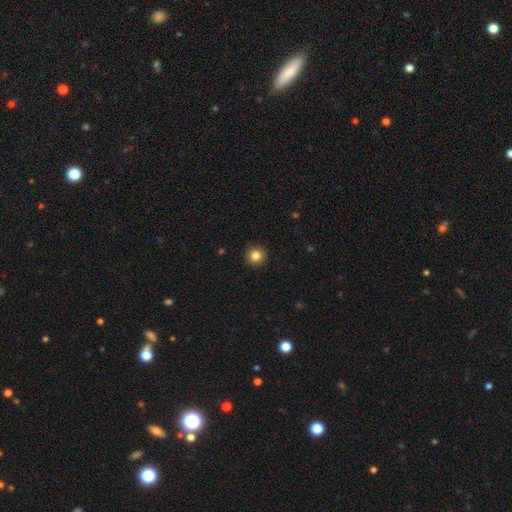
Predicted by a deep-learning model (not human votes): The model was most divided on "smooth or featured": smooth: 83%, star or artifact: 11%, featured or disk: 6%. More confident: how rounded — round (95%); merging — none (92%).